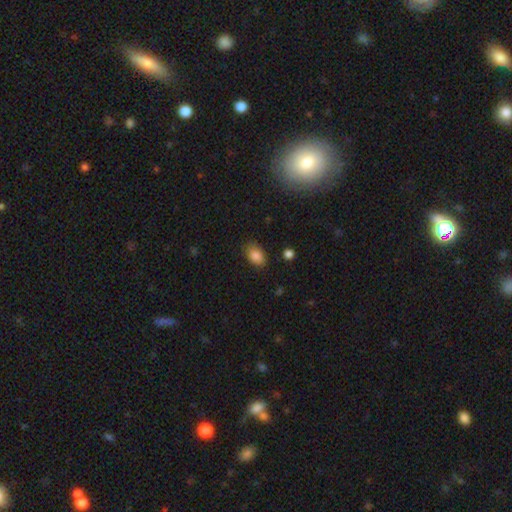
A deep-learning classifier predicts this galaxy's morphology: Smooth or featured? smooth (86%)
How rounded? in between (86%)
Merging? none (79%)